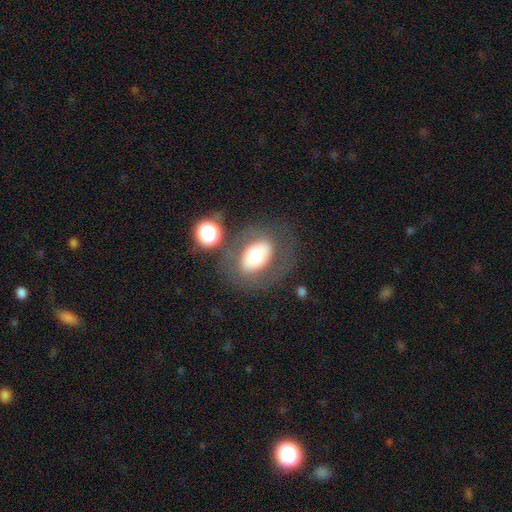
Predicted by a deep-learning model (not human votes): Smooth or featured? Predicted: smooth (p=0.57). How rounded? Predicted: in between (p=0.78). Merging? Predicted: none (p=0.67).